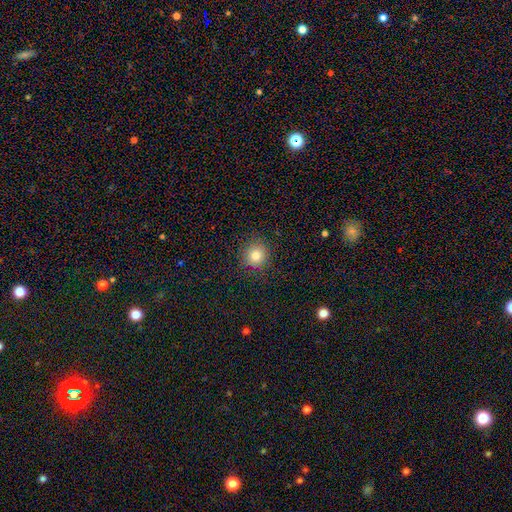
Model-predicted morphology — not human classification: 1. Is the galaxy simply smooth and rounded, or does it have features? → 79% smooth, 14% star or artifact, 7% featured or disk.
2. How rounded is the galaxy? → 92% round, 7% in between, 1% cigar-shaped.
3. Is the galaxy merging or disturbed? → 89% none, 7% minor disturbance, 2% major disturbance, 1% merger.